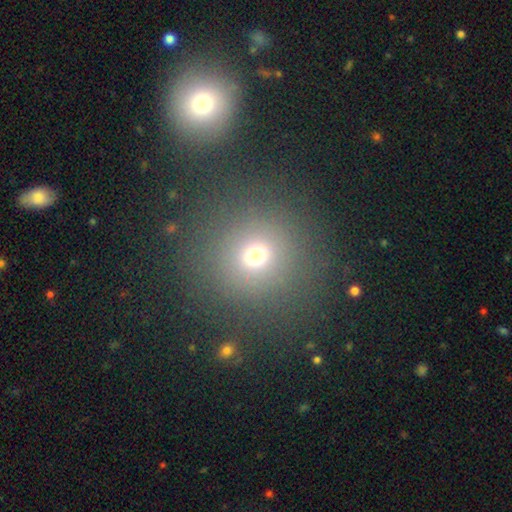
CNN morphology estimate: Smooth or featured?
  - smooth: 69% *
  - star or artifact: 22%
  - featured or disk: 9%
How rounded?
  - round: 90% *
  - in between: 9%
  - cigar-shaped: 1%
Merging?
  - none: 84% *
  - minor disturbance: 8%
  - major disturbance: 5%
  - merger: 3%